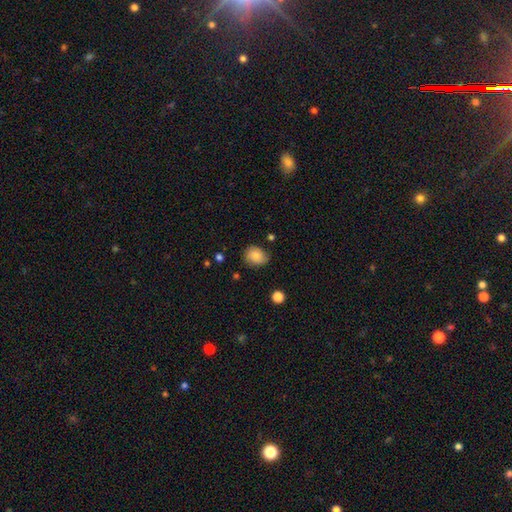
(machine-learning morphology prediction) Overall: smooth (82%). How rounded: round (57%; in between 43%). Merging: none (71%).